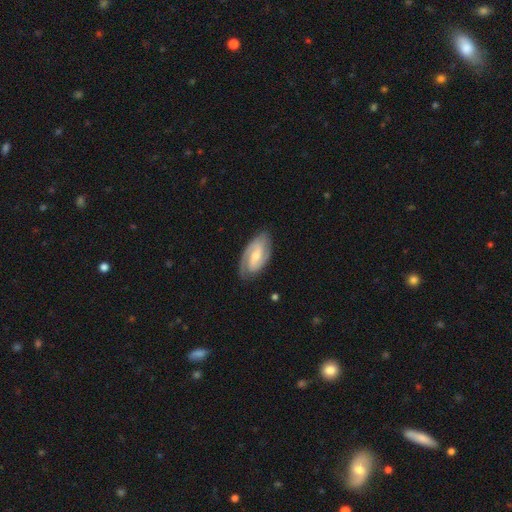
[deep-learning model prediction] Morphology: type=featured or disk (83%); edge-on=no (96%); bar=weak (48%); spiral arms=yes (96%); winding=medium (46%); arm count=2 (86%); bulge=small (47%); merging=none (81%).